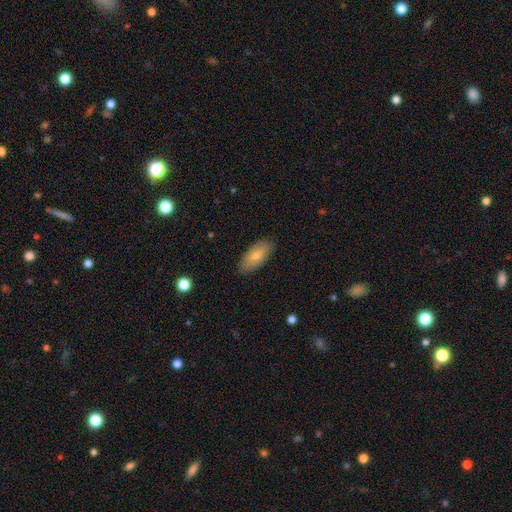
Q: Smooth or featured?
A: smooth (72%); runner-up: featured or disk (26%)
Q: How rounded?
A: in between (71%); runner-up: cigar-shaped (21%)
Q: Merging?
A: none (84%); runner-up: minor disturbance (13%)